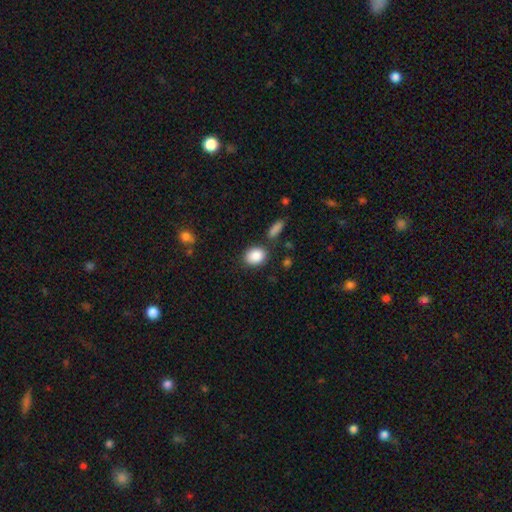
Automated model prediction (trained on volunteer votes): smooth 88%, star or artifact 8%, featured or disk 4%. Down the decision tree: how rounded — in between (56%); merging — none (78%).